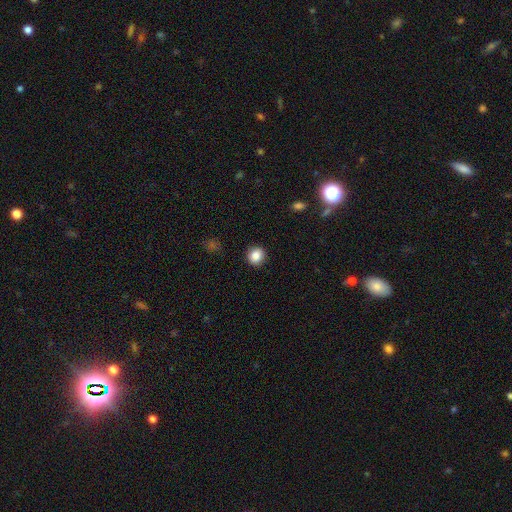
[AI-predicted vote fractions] smooth-or-featured: smooth: 86% | star or artifact: 10% | featured or disk: 5%
  how-rounded: round: 88% | in between: 11% | cigar-shaped: 1%
  merging: none: 92% | minor disturbance: 6% | major disturbance: 2% | merger: 1%